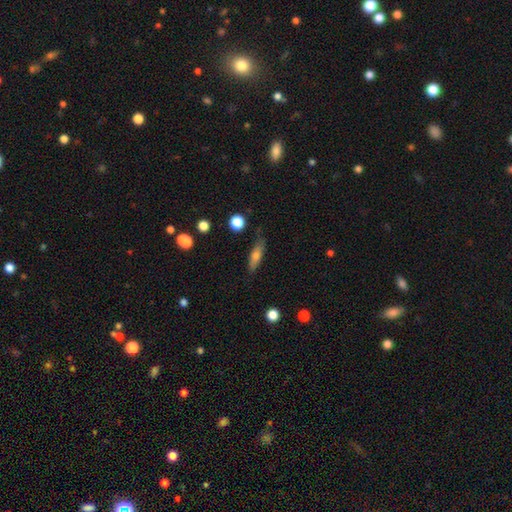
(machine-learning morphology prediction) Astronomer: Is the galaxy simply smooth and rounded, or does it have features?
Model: smooth — 66%.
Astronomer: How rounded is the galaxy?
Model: cigar-shaped — 52% (runner-up: in between, 44%).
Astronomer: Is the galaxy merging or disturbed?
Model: none — 74%.